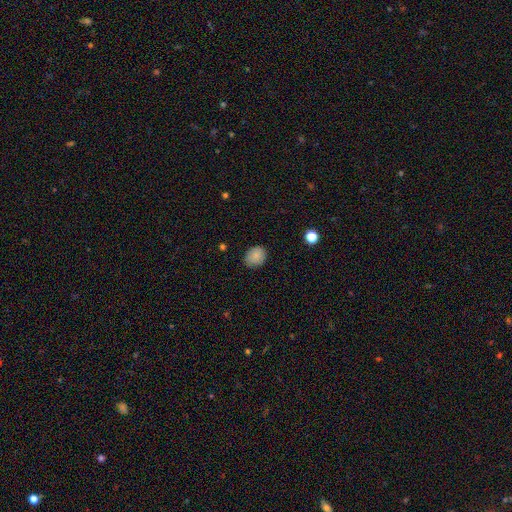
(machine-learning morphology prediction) This is clearly a smooth galaxy (85%). How rounded: possibly in between (53%). Merging: clearly none (82%).